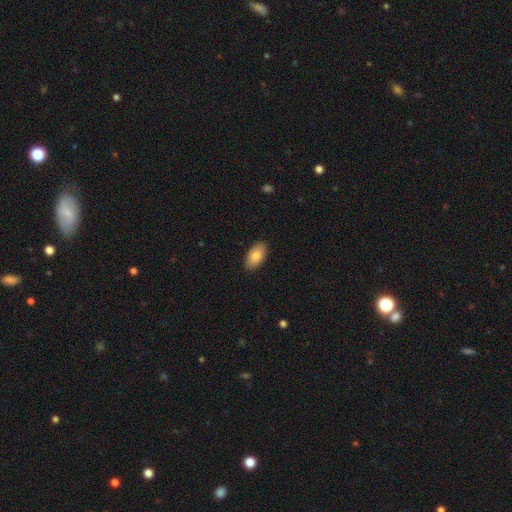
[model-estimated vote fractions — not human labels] This is clearly a smooth galaxy (84%). How rounded: clearly in between (95%). Merging: clearly none (89%).